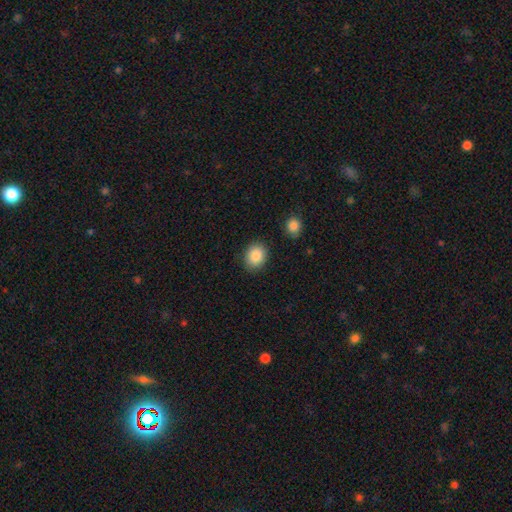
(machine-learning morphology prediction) Smooth or featured: smooth — 87% (star or artifact — 8%)
How rounded: round — 57% (in between — 42%)
Merging: none — 87% (minor disturbance — 9%)